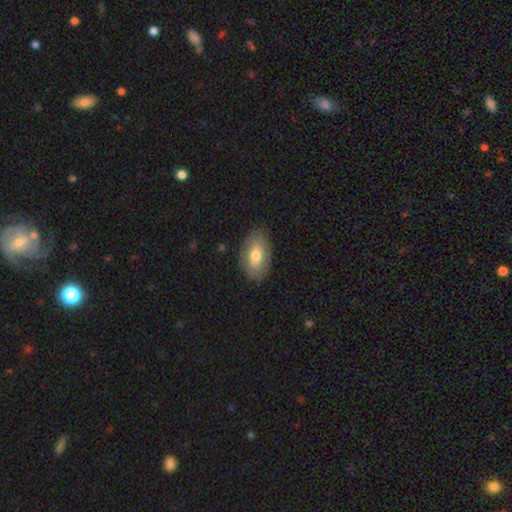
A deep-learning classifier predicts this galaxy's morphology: Overall: smooth (65%; featured or disk 29%). How rounded: in between (91%). Merging: none (82%).